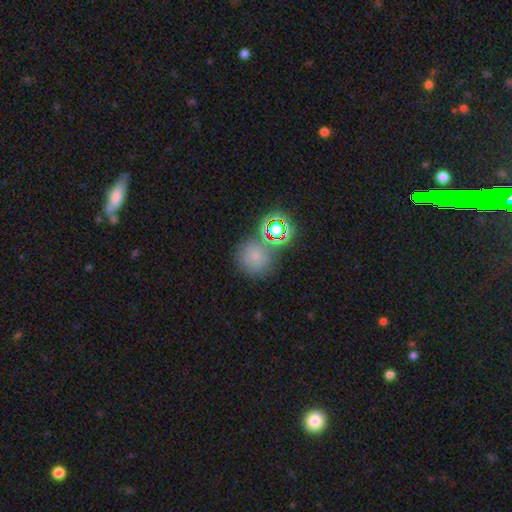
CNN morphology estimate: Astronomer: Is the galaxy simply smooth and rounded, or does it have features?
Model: smooth — 63%.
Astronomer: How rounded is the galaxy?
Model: round — 88%.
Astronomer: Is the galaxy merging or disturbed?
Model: none — 64%.